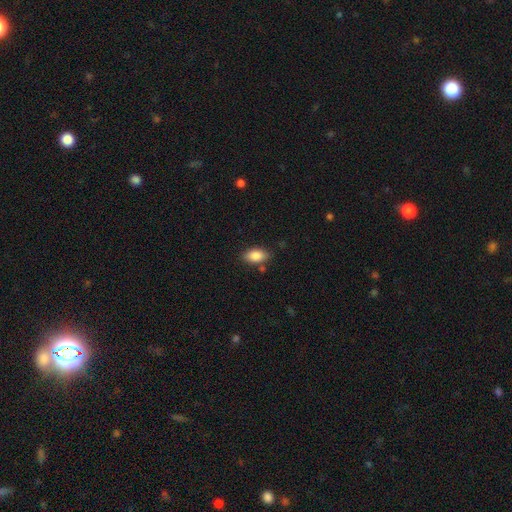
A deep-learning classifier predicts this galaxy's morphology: The model was most divided on "merging": none: 81%, minor disturbance: 13%, merger: 3%, major disturbance: 3%. More confident: how rounded — in between (91%); smooth or featured — smooth (87%).